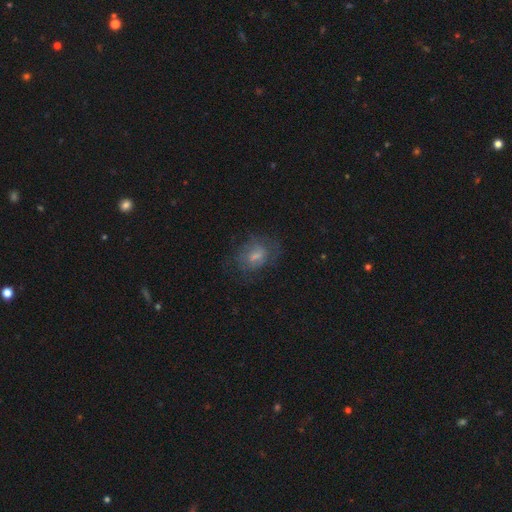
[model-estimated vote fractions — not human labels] smooth_or_featured: smooth (p=0.46) [alt: featured or disk p=0.37]
merging: none (p=0.69) [alt: minor disturbance p=0.18]